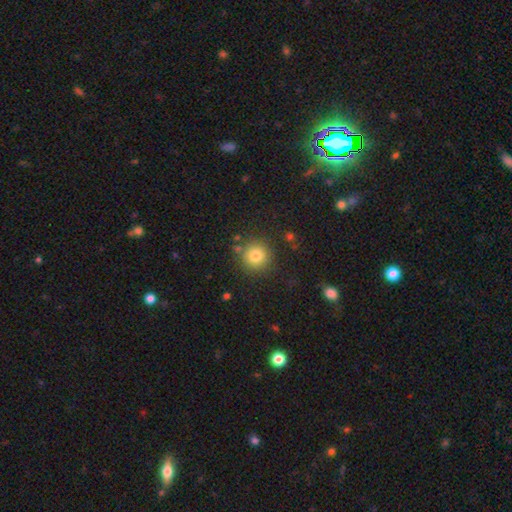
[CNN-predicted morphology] type=smooth (80%); roundness=round (93%); merging=none (83%).